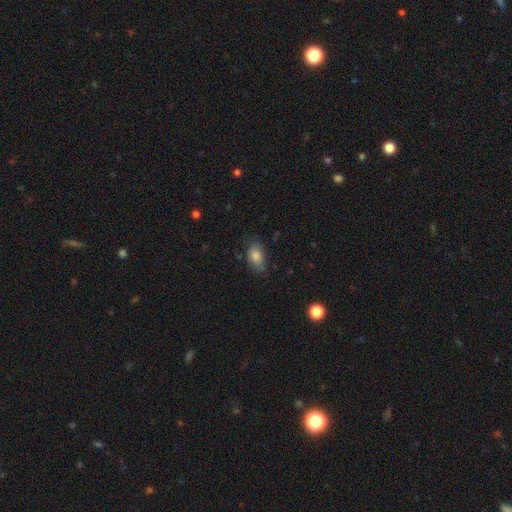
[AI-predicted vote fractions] smooth 80%, featured or disk 11%, star or artifact 9%. Down the decision tree: how rounded — in between (89%); merging — none (70%).